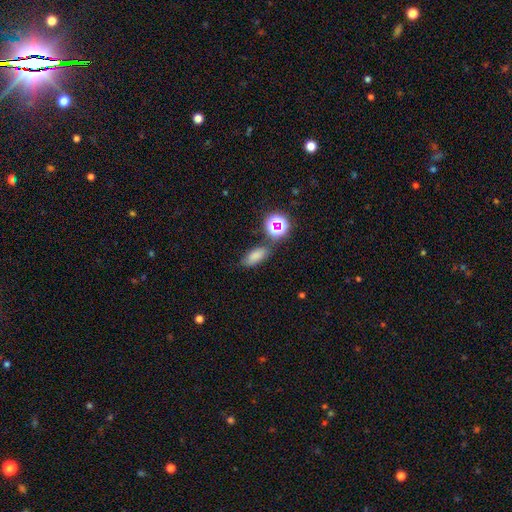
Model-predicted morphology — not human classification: This is likely a smooth galaxy (74%). How rounded: likely in between (80%). Merging: likely none (71%).